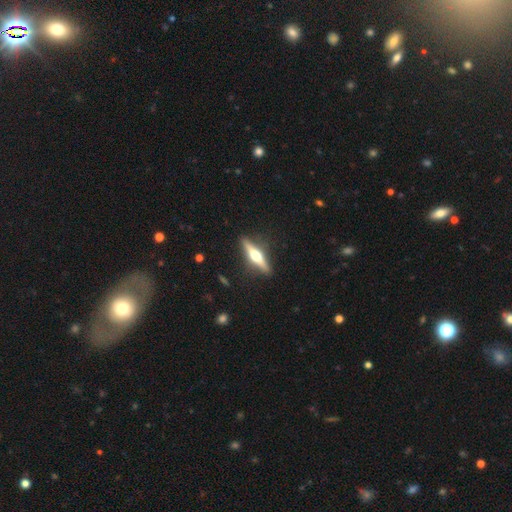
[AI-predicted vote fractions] featured or disk 72%, smooth 22%, star or artifact 5%. Down the decision tree: edge-on disk — yes (97%); edge-on bulge — rounded (95%); merging — none (89%).